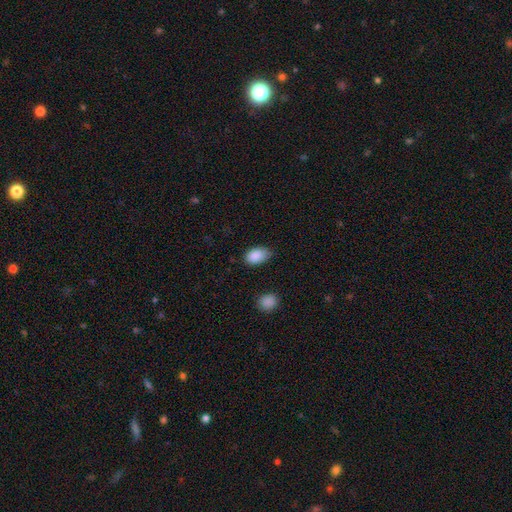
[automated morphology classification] Q: Smooth or featured?
A: smooth (88%); runner-up: star or artifact (8%)
Q: How rounded?
A: in between (89%); runner-up: round (9%)
Q: Merging?
A: none (69%); runner-up: minor disturbance (25%)